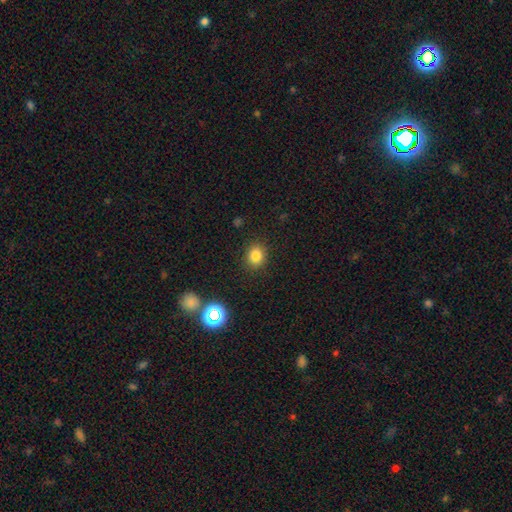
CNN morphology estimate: This is clearly a smooth galaxy (82%). How rounded: likely round (68%). Merging: clearly none (88%).